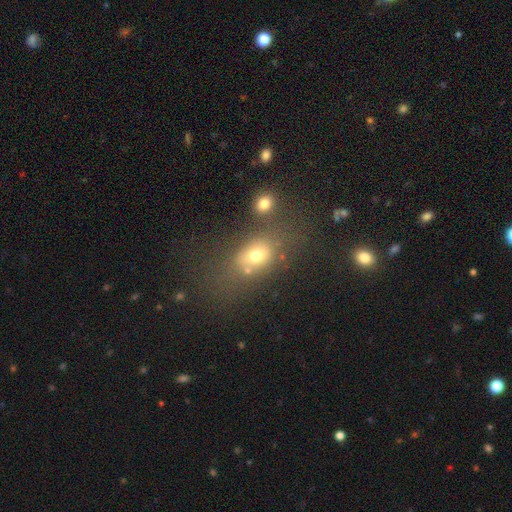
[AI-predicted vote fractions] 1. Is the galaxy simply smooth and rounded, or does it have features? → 66% smooth, 17% featured or disk, 17% star or artifact.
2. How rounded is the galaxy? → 67% in between, 30% round, 4% cigar-shaped.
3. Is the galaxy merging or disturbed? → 54% none, 17% minor disturbance, 16% merger, 13% major disturbance.